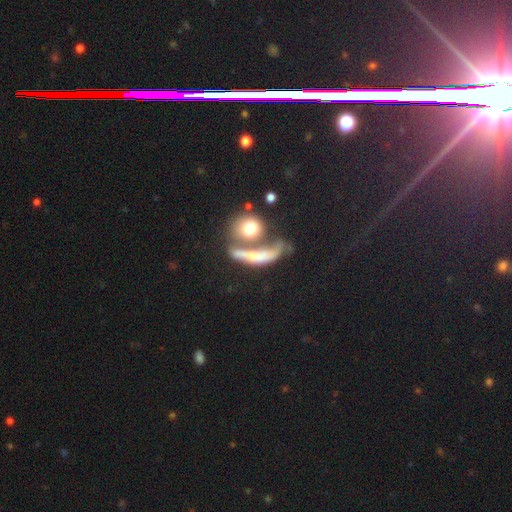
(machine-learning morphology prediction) Overall: smooth (52%; featured or disk 36%). How rounded: cigar-shaped (39%; in between 37%). Merging: merger (43%; none 23%).